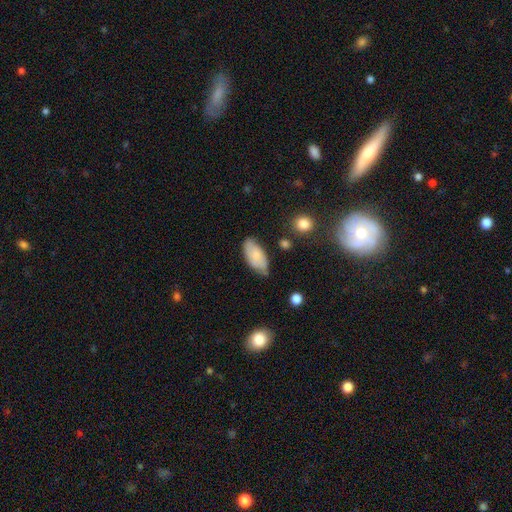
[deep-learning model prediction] A smooth galaxy with no disk features (72%) that is in between round and cigar-shaped (92%). Merging: none (64%).